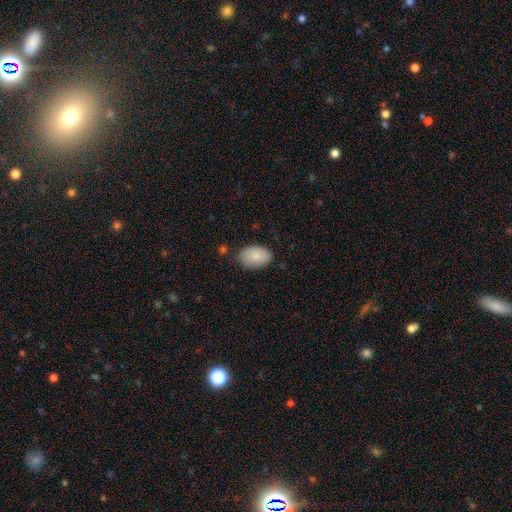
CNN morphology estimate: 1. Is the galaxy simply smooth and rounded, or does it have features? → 83% smooth, 10% featured or disk, 7% star or artifact.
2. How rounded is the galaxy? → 91% in between, 7% round, 1% cigar-shaped.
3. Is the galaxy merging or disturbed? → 78% none, 17% minor disturbance, 3% major disturbance, 2% merger.